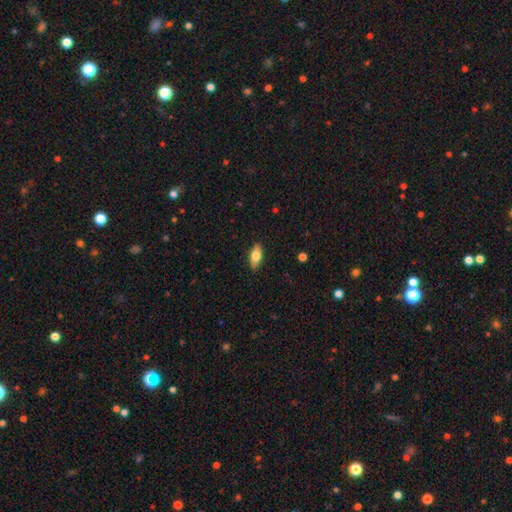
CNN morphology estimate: This appears to be a smooth galaxy with no disk features (70%) that is in between round and cigar-shaped (82%). Merging: none (89%).